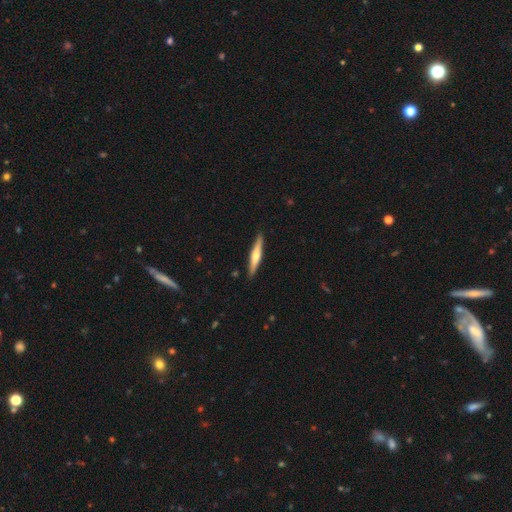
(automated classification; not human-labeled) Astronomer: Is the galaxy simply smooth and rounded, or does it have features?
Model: featured or disk — 52% (runner-up: smooth, 43%).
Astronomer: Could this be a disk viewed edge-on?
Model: yes — 97%.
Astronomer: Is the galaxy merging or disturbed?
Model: none — 90%.